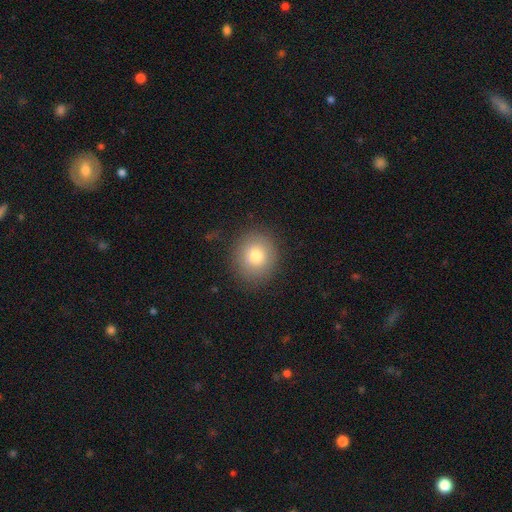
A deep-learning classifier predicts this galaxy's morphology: This is likely a smooth galaxy (77%). How rounded: clearly round (86%). Merging: clearly none (87%).